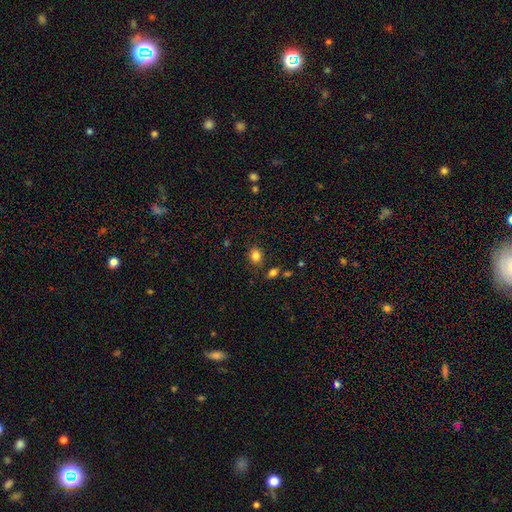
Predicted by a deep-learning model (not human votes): A smooth galaxy with no disk features (83%) that is round (54%).

Vote fractions:
- Smooth or featured? smooth: 83% / star or artifact: 11% / featured or disk: 6%
- How rounded? round: 54% / in between: 45% / cigar-shaped: 1%
- Merging? none: 82% / minor disturbance: 11% / merger: 4% / major disturbance: 3%